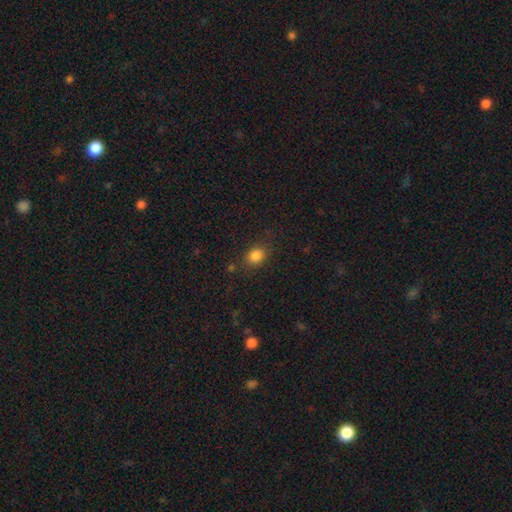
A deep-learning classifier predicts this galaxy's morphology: The model was most divided on "how rounded": round: 52%, in between: 47%, cigar-shaped: 1%. More confident: smooth or featured — smooth (83%); merging — none (81%).